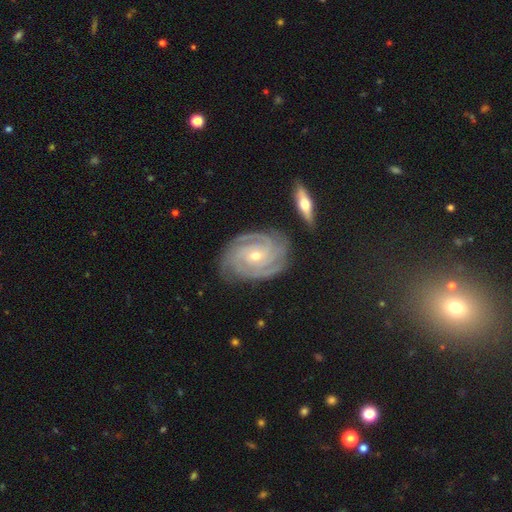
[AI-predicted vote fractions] A featured or disk galaxy (90%) with no bar (59%), 3 (33%) tight (80%) spiral arms (98%) and a small central bulge (57%).

Vote fractions:
- Smooth or featured? featured or disk: 90% / star or artifact: 5% / smooth: 4%
- Edge-on disk? no: 97% / yes: 3%
- Bar? no: 59% / weak: 29% / strong: 11%
- Spiral arms? yes: 98% / no: 2%
- Spiral winding? tight: 80% / medium: 17% / loose: 3%
- Spiral arm count? 3: 33% / 4: 28% / can't tell: 14% / 2: 12% / more than 4: 7% / 1: 6%
- Bulge size? small: 57% / moderate: 41% / large: 1% / none: 1% / dominant: 1%
- Merging? none: 79% / minor disturbance: 15% / major disturbance: 4% / merger: 2%